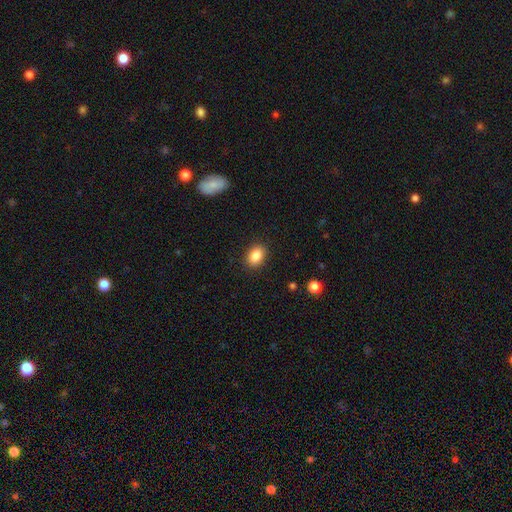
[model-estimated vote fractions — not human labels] Smooth or featured?
  - smooth: 87% *
  - star or artifact: 9%
  - featured or disk: 5%
How rounded?
  - in between: 77% *
  - round: 22%
  - cigar-shaped: 1%
Merging?
  - none: 89% *
  - minor disturbance: 8%
  - major disturbance: 2%
  - merger: 1%